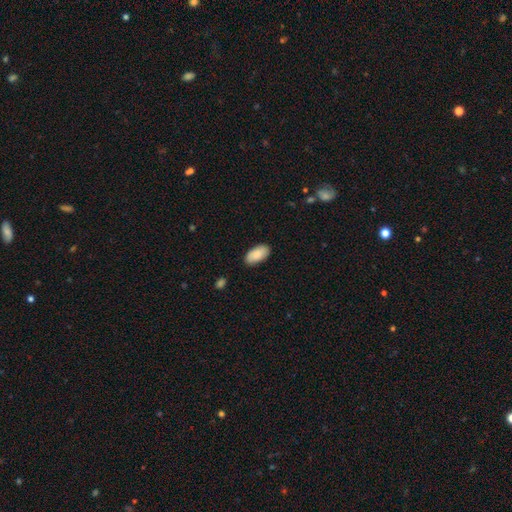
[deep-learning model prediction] smooth-or-featured: smooth: 87% | featured or disk: 7% | star or artifact: 6%
  how-rounded: in between: 95% | cigar-shaped: 3% | round: 2%
  merging: none: 86% | minor disturbance: 11% | major disturbance: 2% | merger: 1%